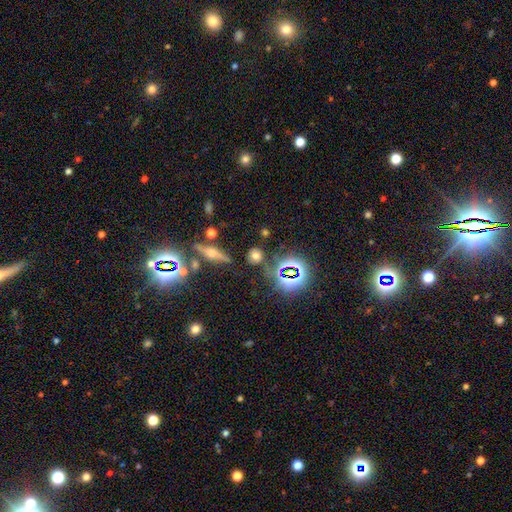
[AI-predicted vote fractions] A smooth galaxy with no disk features (60%) that is round (80%). Merging: none (77%).